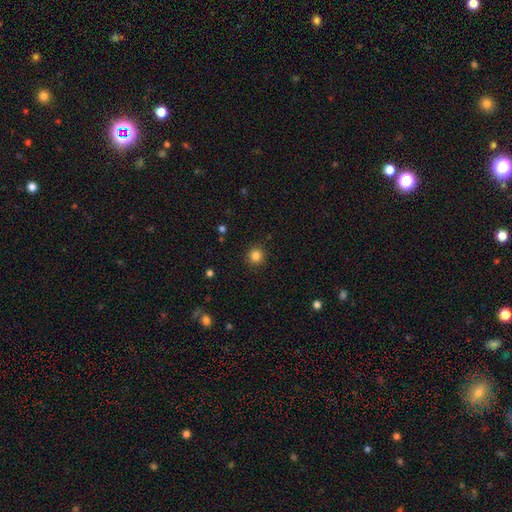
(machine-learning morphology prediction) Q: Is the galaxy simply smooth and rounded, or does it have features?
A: smooth — 84%.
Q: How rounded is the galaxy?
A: round — 94%.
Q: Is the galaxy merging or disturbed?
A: none — 91%.